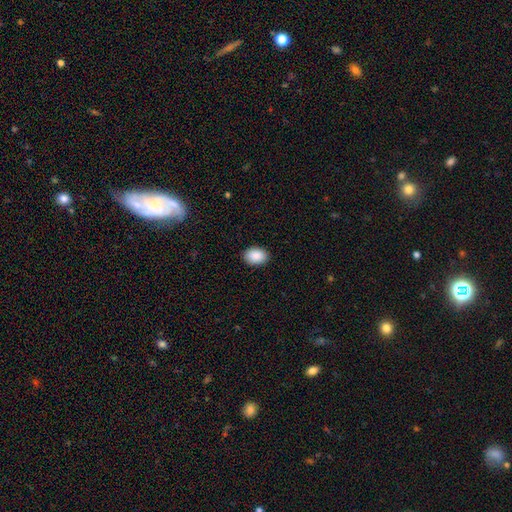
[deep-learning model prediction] A smooth galaxy with no disk features (90%) that is in between round and cigar-shaped (82%). Merging: none (90%).